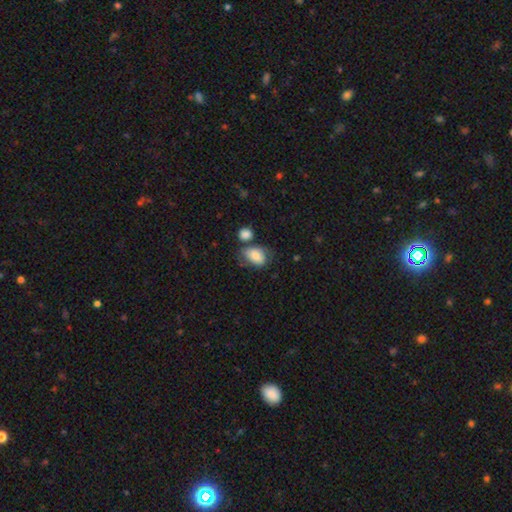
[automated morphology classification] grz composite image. It shows a smooth galaxy with no disk features (79%) that is in between round and cigar-shaped (83%). Merging: none (46%).